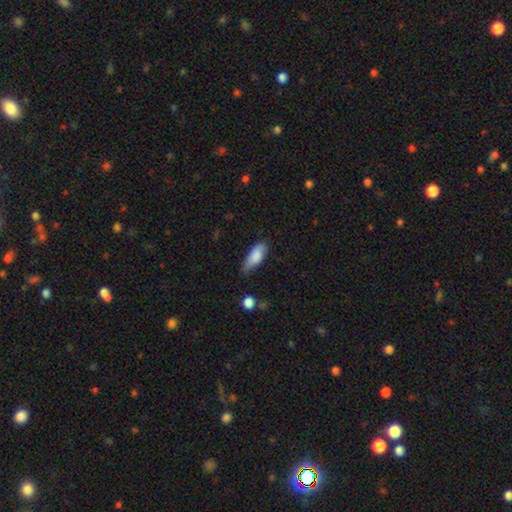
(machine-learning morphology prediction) A smooth galaxy with no disk features (81%) that is in between round and cigar-shaped (77%). Merging: none (60%).